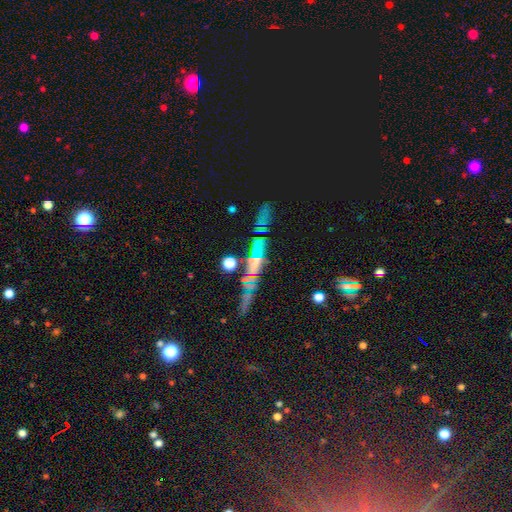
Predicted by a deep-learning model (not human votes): smooth 40%, star or artifact 35%, featured or disk 25%. Down the decision tree: merging — none (68%).